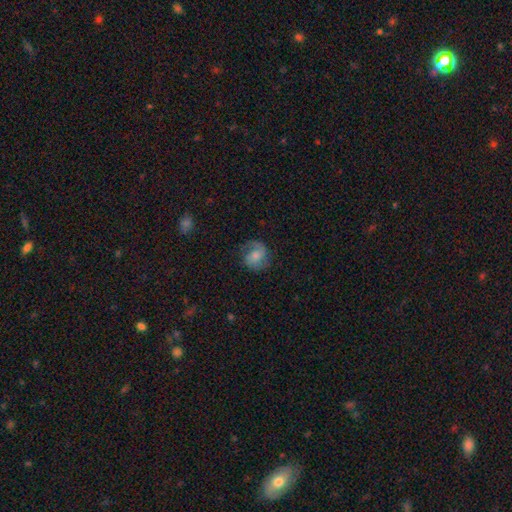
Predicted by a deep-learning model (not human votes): Morphology: type=featured or disk (57%); edge-on=no (98%); bar=no (56%); spiral arms=yes (89%); bulge=moderate (48%); merging=none (69%).